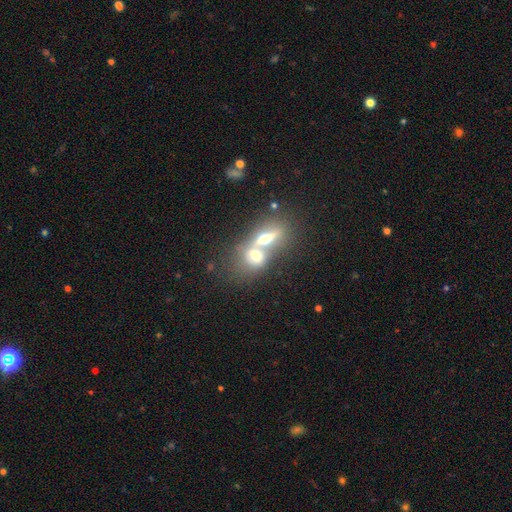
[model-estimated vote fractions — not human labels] This is possibly a smooth galaxy (55%). How rounded: possibly in between (59%). Merging: likely merger (72%).